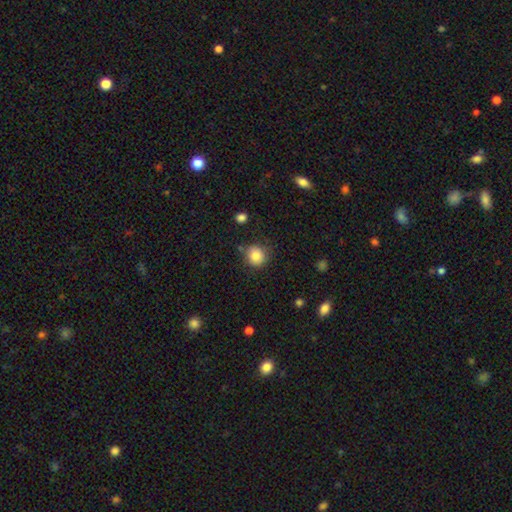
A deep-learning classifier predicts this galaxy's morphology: Smooth or featured? Predicted: smooth (p=0.84). How rounded? Predicted: round (p=0.89). Merging? Predicted: none (p=0.80).